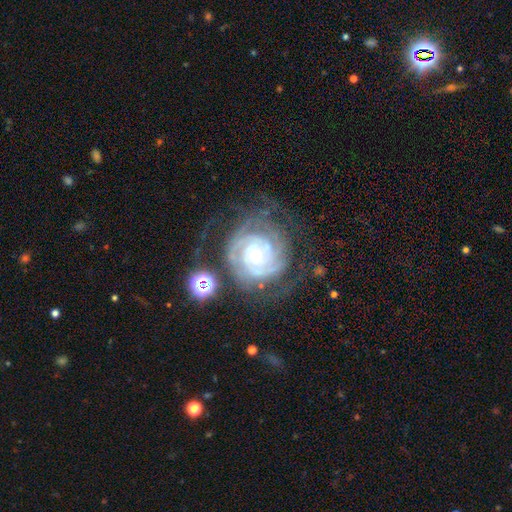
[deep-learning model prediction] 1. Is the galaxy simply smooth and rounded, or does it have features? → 89% featured or disk, 6% star or artifact, 5% smooth.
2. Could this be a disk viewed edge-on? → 98% no, 2% yes.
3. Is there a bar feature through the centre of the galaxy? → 77% no, 16% weak, 6% strong.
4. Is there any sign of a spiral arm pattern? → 97% yes, 3% no.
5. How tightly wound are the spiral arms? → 80% tight, 17% medium, 3% loose.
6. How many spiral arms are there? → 27% 2, 25% can't tell, 22% 3, 12% 4, 7% more than 4, 6% 1.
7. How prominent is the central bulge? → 61% small, 35% moderate, 2% large, 1% none, 1% dominant.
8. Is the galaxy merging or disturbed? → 60% none, 20% minor disturbance, 17% major disturbance, 3% merger.